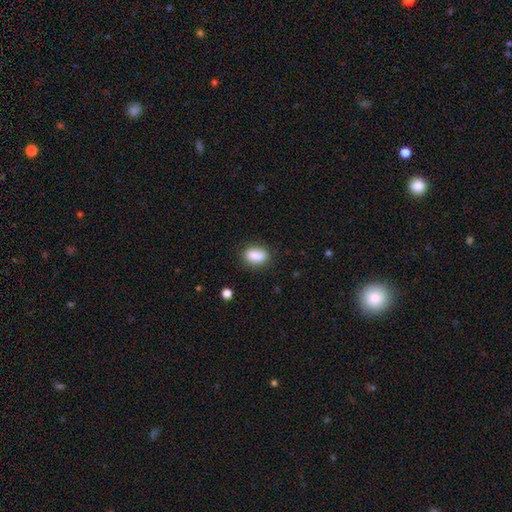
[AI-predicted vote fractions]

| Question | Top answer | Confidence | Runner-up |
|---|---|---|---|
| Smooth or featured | smooth | 87% | star or artifact (8%) |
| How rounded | in between | 83% | round (13%) |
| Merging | none | 83% | minor disturbance (13%) |